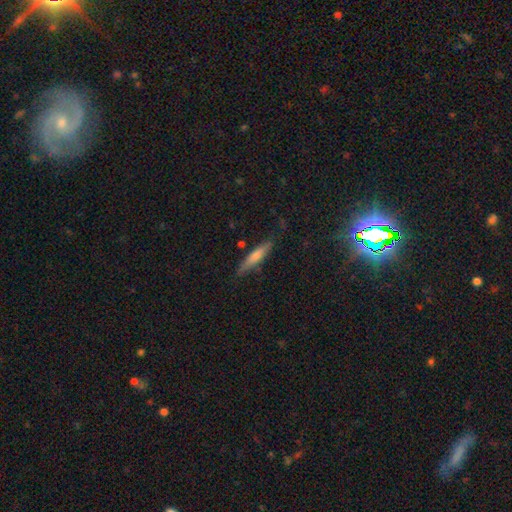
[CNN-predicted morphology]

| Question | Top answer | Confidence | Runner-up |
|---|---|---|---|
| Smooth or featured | smooth | 58% | featured or disk (34%) |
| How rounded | cigar-shaped | 89% | in between (9%) |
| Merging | none | 81% | minor disturbance (14%) |